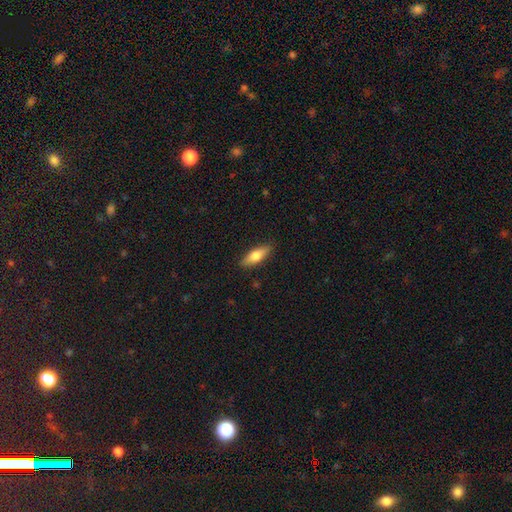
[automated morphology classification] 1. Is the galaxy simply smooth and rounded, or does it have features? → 69% smooth, 25% featured or disk, 6% star or artifact.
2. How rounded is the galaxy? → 57% in between, 41% cigar-shaped, 3% round.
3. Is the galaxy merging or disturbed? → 87% none, 10% minor disturbance, 2% major disturbance, 1% merger.